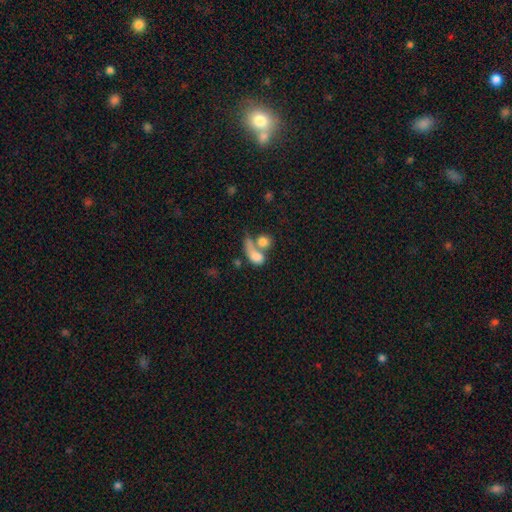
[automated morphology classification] Smooth or featured?
  - smooth: 71% *
  - featured or disk: 19%
  - star or artifact: 10%
How rounded?
  - in between: 66% *
  - round: 29%
  - cigar-shaped: 6%
Merging?
  - merger: 58% *
  - none: 19%
  - major disturbance: 15%
  - minor disturbance: 8%